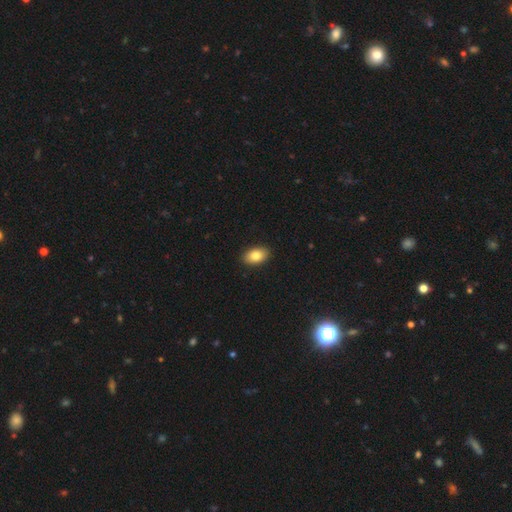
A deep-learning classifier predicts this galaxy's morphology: The model was most divided on "smooth or featured": smooth: 84%, featured or disk: 8%, star or artifact: 8%. More confident: merging — none (90%); how rounded — in between (90%).